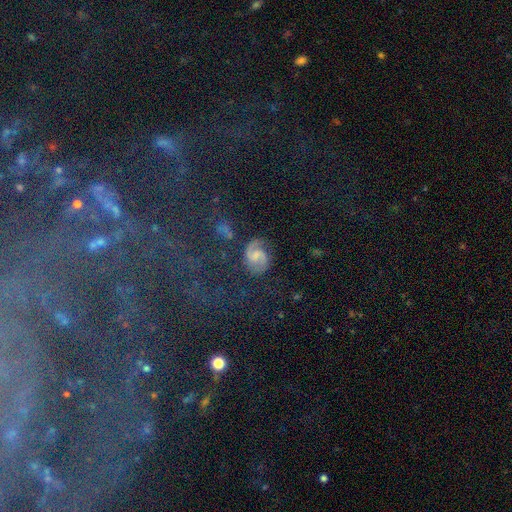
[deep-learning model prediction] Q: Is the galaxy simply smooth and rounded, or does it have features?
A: featured or disk — 79%.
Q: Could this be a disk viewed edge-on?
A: no — 98%.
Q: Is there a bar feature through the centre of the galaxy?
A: weak — 51%.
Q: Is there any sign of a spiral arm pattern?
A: yes — 96%.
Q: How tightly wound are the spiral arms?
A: medium — 56%.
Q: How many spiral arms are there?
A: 2 — 90%.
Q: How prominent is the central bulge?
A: none — 36%.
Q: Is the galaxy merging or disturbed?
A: none — 72%.